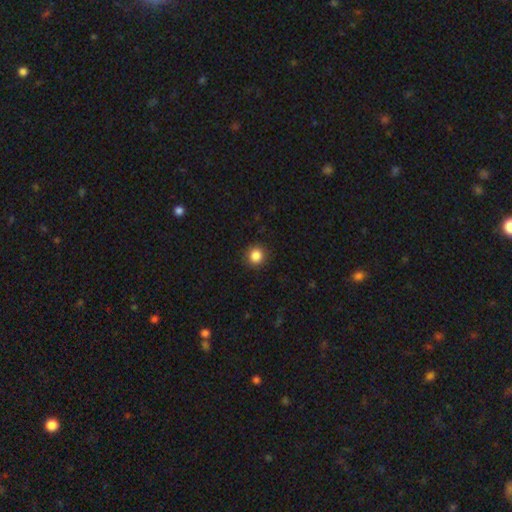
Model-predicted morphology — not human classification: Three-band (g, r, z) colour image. It shows a smooth galaxy with no disk features (86%) that is round (92%). Merging: none (92%).